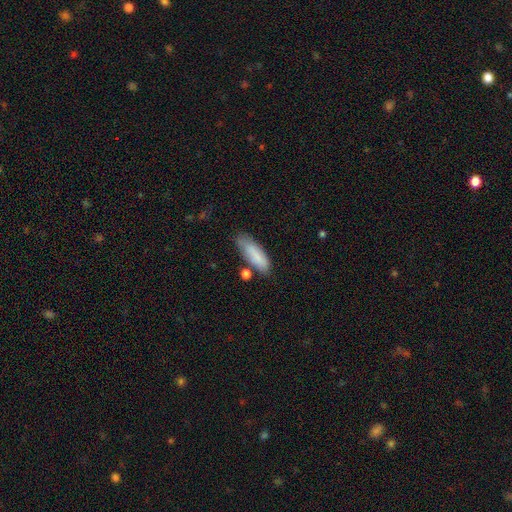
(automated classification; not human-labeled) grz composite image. It shows a smooth galaxy with no disk features (81%) that is in between round and cigar-shaped (58%). Merging: none (62%).